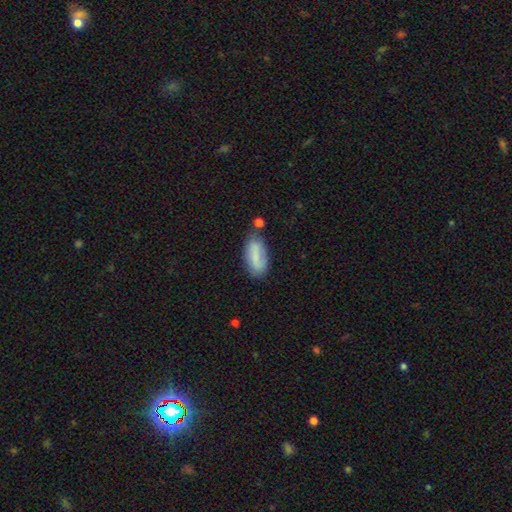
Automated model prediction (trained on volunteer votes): Morphology: type=smooth (75%); roundness=in between (87%); merging=none (64%).